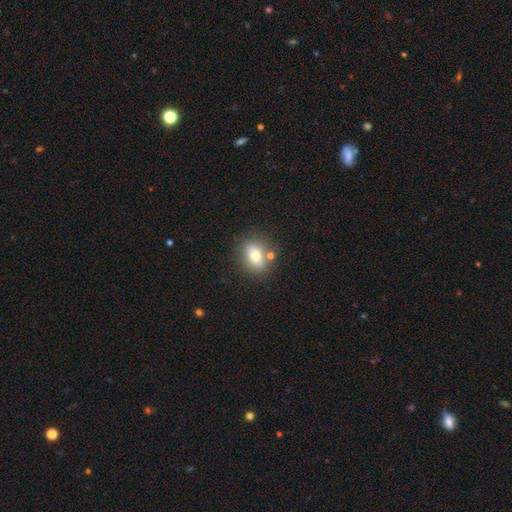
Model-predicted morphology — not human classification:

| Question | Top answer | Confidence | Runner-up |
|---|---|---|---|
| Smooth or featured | smooth | 71% | featured or disk (18%) |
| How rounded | in between | 60% | round (38%) |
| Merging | none | 74% | minor disturbance (12%) |